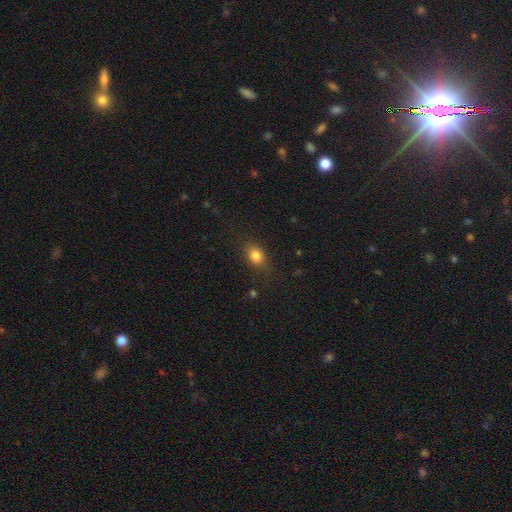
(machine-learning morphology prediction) This appears to be a smooth galaxy with no disk features (82%) that is in between round and cigar-shaped (64%). Merging: none (79%).